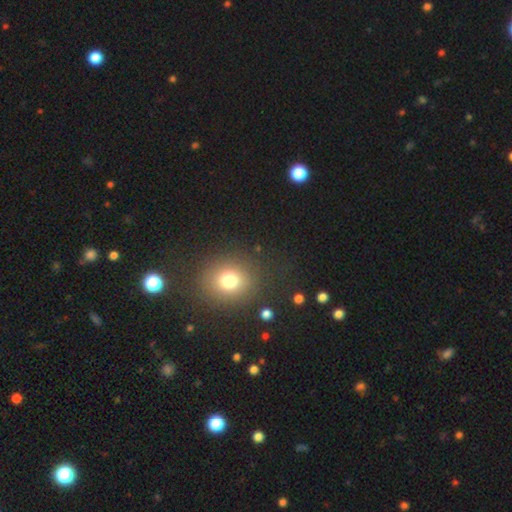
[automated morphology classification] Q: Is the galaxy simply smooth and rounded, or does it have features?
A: smooth — 65%.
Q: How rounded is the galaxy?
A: round — 75%.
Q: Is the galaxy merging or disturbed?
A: none — 89%.